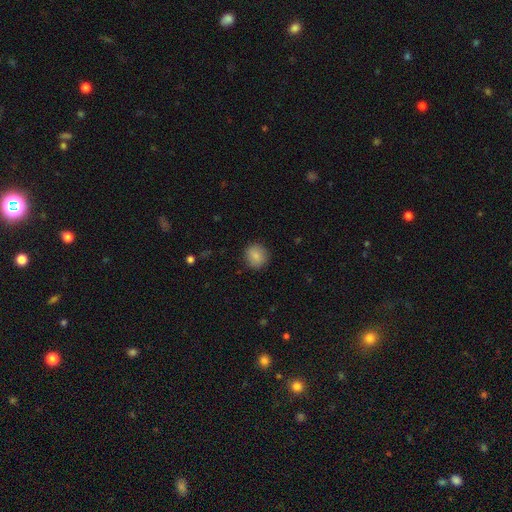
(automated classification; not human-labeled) Smooth or featured? smooth (85%)
How rounded? round (86%)
Merging? none (89%)